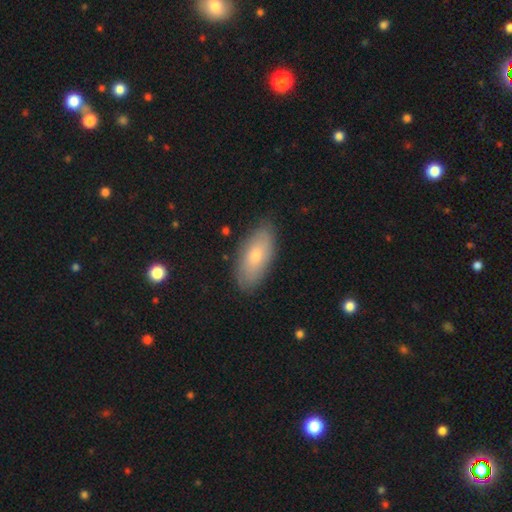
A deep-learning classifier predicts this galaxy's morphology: smooth-or-featured: smooth: 68% | featured or disk: 25% | star or artifact: 6%
  how-rounded: in between: 89% | cigar-shaped: 8% | round: 3%
  merging: none: 84% | minor disturbance: 13% | major disturbance: 3% | merger: 1%